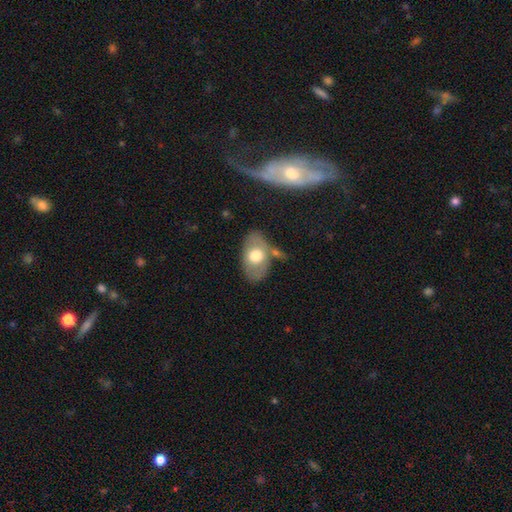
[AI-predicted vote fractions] The model was most divided on "smooth or featured": smooth: 63%, featured or disk: 31%, star or artifact: 6%. More confident: how rounded — in between (89%); merging — none (62%).